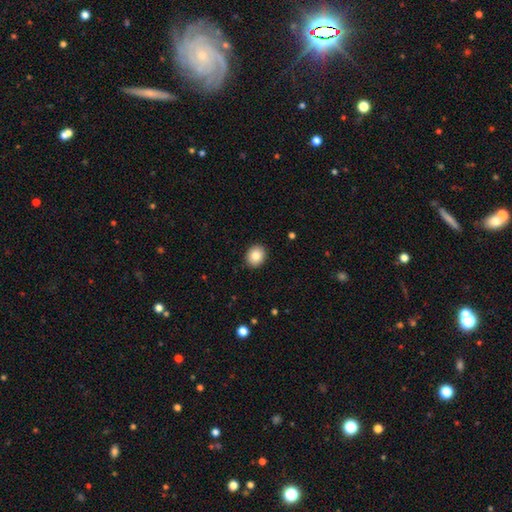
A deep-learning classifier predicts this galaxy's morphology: This is clearly a smooth galaxy (84%). How rounded: likely round (67%). Merging: clearly none (92%).